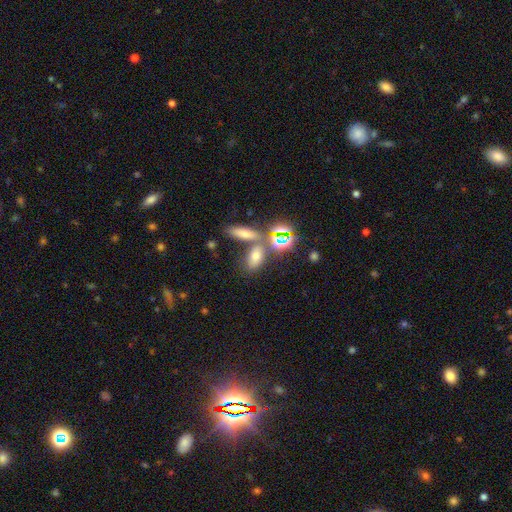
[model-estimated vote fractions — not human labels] smooth 62%, star or artifact 24%, featured or disk 14%. Down the decision tree: how rounded — in between (76%); merging — none (54%).